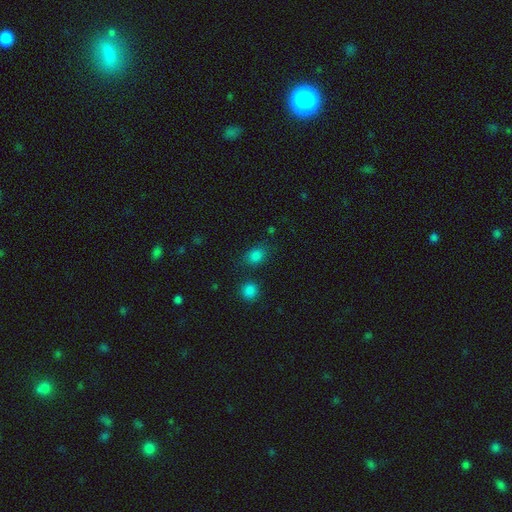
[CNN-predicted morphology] smooth-or-featured: smooth: 80% | star or artifact: 15% | featured or disk: 5%
  how-rounded: in between: 63% | round: 35% | cigar-shaped: 2%
  merging: none: 72% | minor disturbance: 14% | merger: 8% | major disturbance: 5%